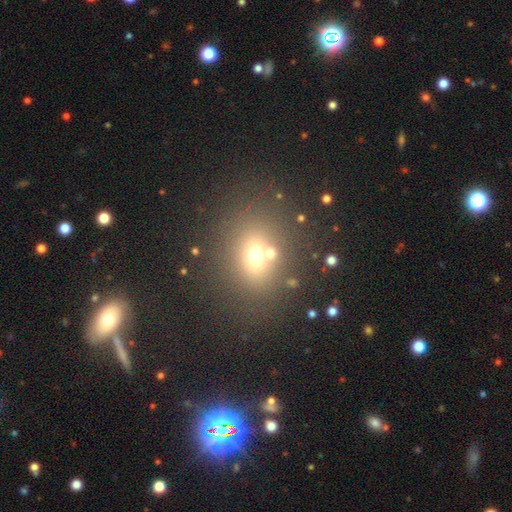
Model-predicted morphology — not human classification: Smooth or featured: smooth — 62% (star or artifact — 23%)
How rounded: round — 54% (in between — 44%)
Merging: none — 65% (merger — 20%)